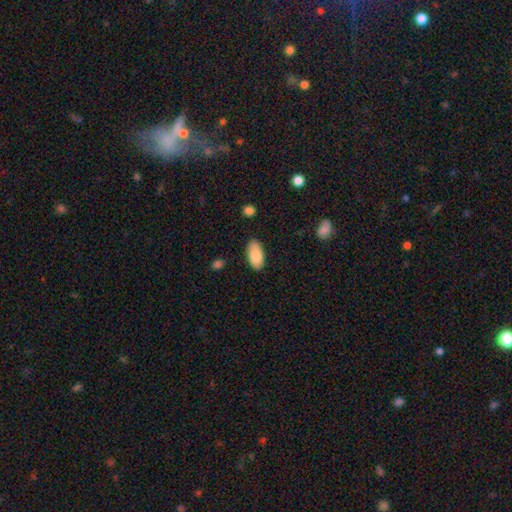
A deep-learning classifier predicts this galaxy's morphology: The model was most divided on "merging": none: 84%, minor disturbance: 12%, major disturbance: 2%, merger: 1%. More confident: how rounded — in between (94%); smooth or featured — smooth (86%).